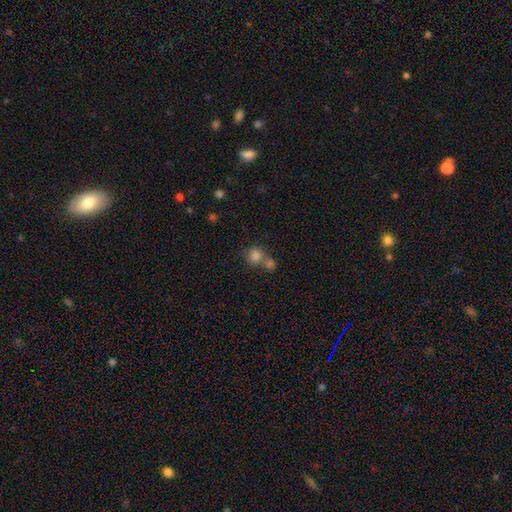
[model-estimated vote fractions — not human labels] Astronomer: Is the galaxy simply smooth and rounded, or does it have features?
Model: smooth — 81%.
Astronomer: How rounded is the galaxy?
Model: round — 84%.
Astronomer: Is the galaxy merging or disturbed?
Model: merger — 45% (runner-up: none, 44%).